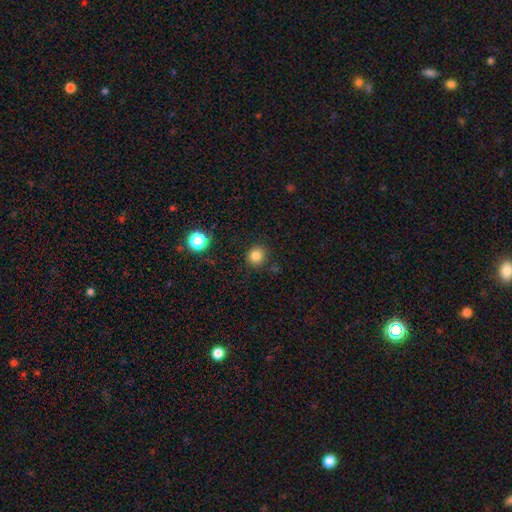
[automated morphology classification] A smooth galaxy with no disk features (83%) that is round (90%).

Vote fractions:
- Smooth or featured? smooth: 83% / star or artifact: 13% / featured or disk: 4%
- How rounded? round: 90% / in between: 9% / cigar-shaped: 1%
- Merging? none: 87% / minor disturbance: 8% / major disturbance: 3% / merger: 2%